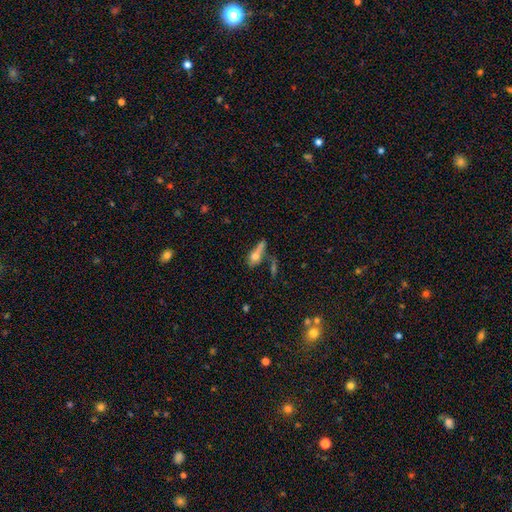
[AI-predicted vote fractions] Smooth or featured?
  - smooth: 60% *
  - featured or disk: 28%
  - star or artifact: 12%
How rounded?
  - in between: 54% *
  - cigar-shaped: 34%
  - round: 12%
Merging?
  - merger: 31% *
  - none: 29%
  - major disturbance: 22%
  - minor disturbance: 18%